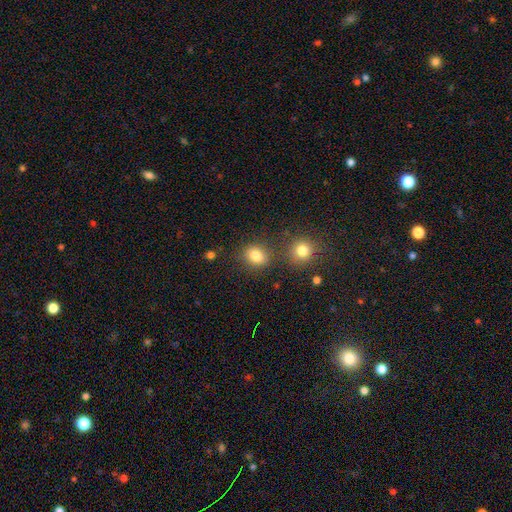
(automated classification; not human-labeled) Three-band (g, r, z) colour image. It shows a smooth galaxy with no disk features (82%) that is round (53%). Merging: none (75%).